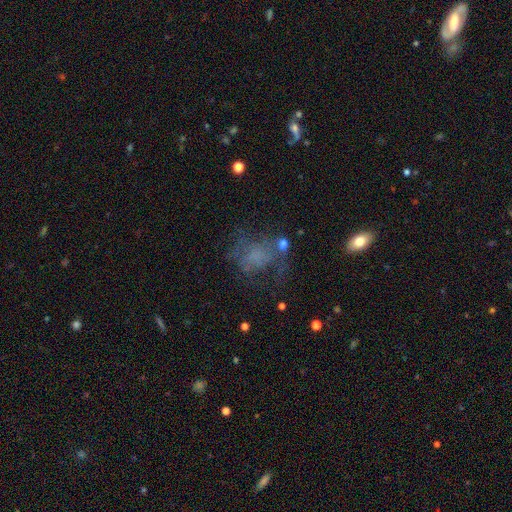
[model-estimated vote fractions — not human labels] Morphology: type=featured or disk (40%); merging=none (41%).